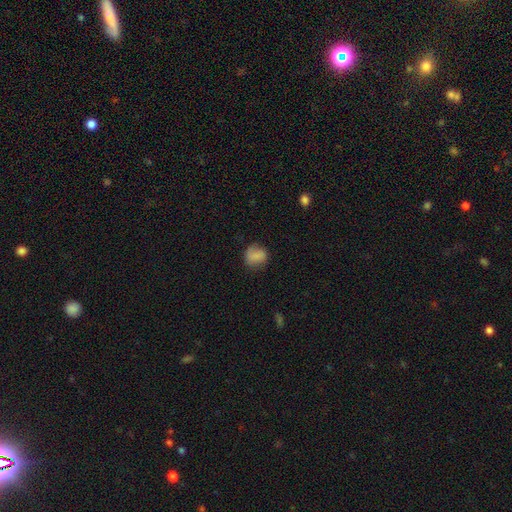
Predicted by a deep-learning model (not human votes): A smooth galaxy with no disk features (83%) that is round (65%).

Vote fractions:
- Smooth or featured? smooth: 83% / star or artifact: 10% / featured or disk: 8%
- How rounded? round: 65% / in between: 34% / cigar-shaped: 1%
- Merging? none: 71% / minor disturbance: 21% / major disturbance: 6% / merger: 1%